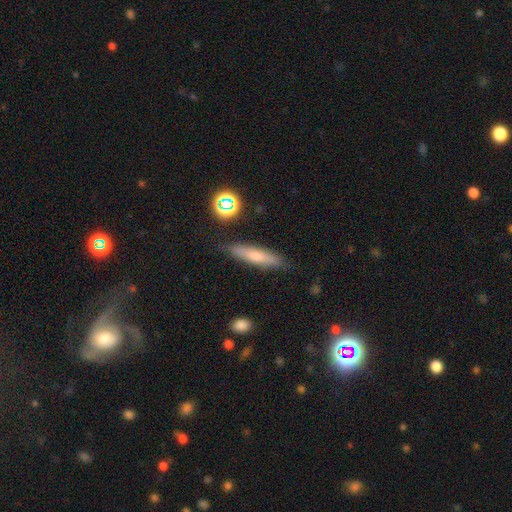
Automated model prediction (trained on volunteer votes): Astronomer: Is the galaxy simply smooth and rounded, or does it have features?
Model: smooth — 62%.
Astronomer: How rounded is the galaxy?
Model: cigar-shaped — 84%.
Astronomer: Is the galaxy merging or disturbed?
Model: none — 85%.